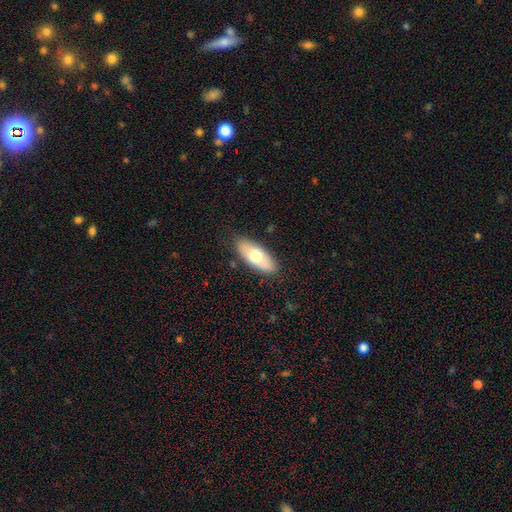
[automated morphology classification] smooth 67%, featured or disk 28%, star or artifact 6%. Down the decision tree: how rounded — in between (83%); merging — none (85%).